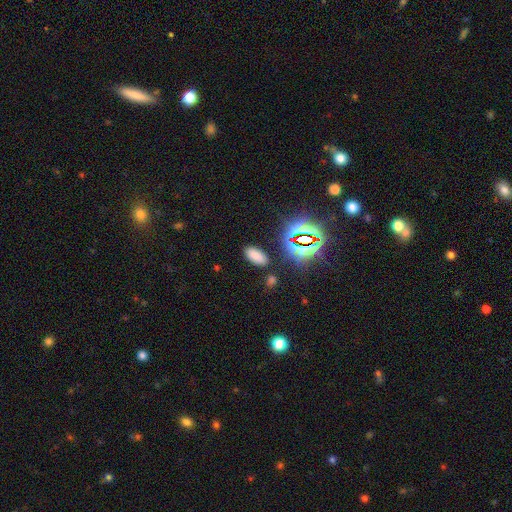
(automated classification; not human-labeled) Overall: smooth (73%). How rounded: in between (90%). Merging: none (86%).